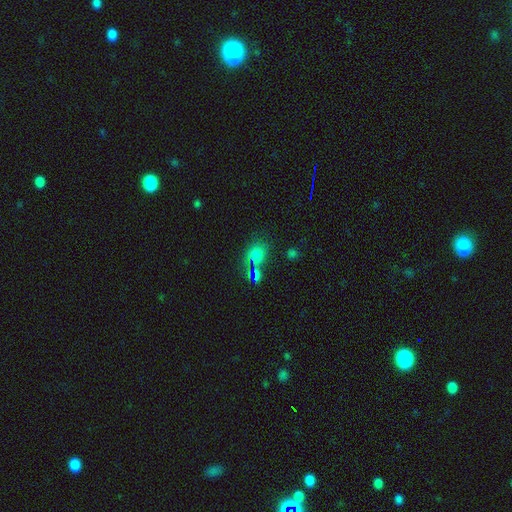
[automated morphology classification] Q: Smooth or featured?
A: smooth (68%); runner-up: star or artifact (16%)
Q: How rounded?
A: in between (56%); runner-up: round (42%)
Q: Merging?
A: none (42%); runner-up: merger (27%)